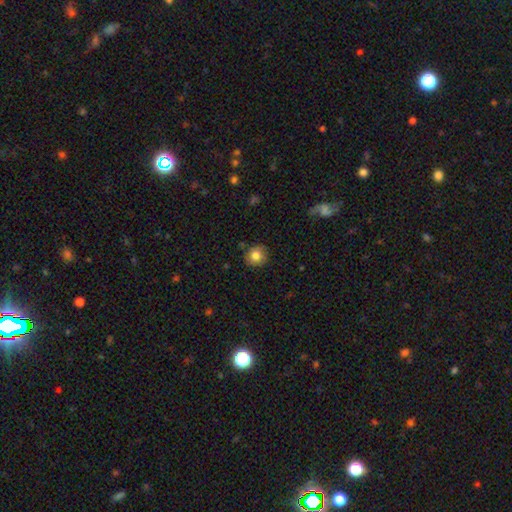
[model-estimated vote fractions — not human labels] smooth-or-featured: smooth: 82% | star or artifact: 9% | featured or disk: 9%
  how-rounded: round: 89% | in between: 10% | cigar-shaped: 1%
  merging: none: 85% | minor disturbance: 11% | major disturbance: 2% | merger: 2%